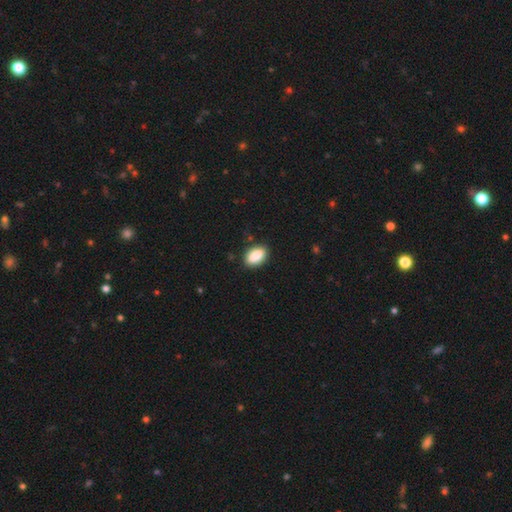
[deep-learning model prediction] Smooth or featured? Predicted: smooth (p=0.88). How rounded? Predicted: in between (p=0.90). Merging? Predicted: none (p=0.85).